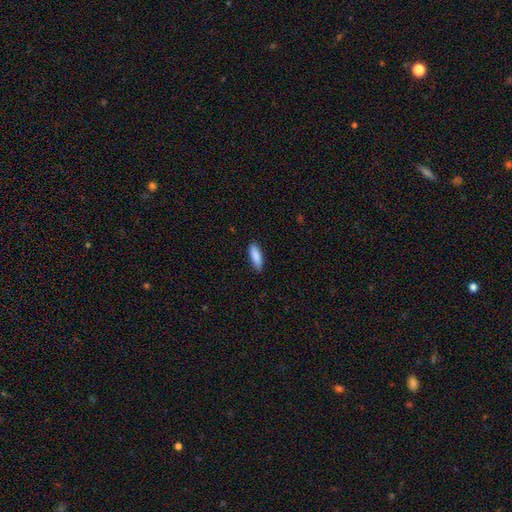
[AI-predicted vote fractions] The model was most divided on "how rounded": in between: 53%, cigar-shaped: 45%, round: 2%. More confident: smooth or featured — smooth (88%); merging — none (86%).